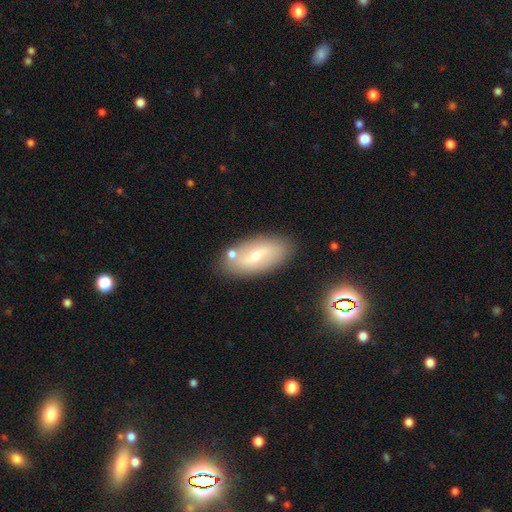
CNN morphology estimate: Smooth or featured?
  - smooth: 47% *
  - featured or disk: 44%
  - star or artifact: 9%
Merging?
  - none: 80% *
  - minor disturbance: 11%
  - merger: 6%
  - major disturbance: 3%